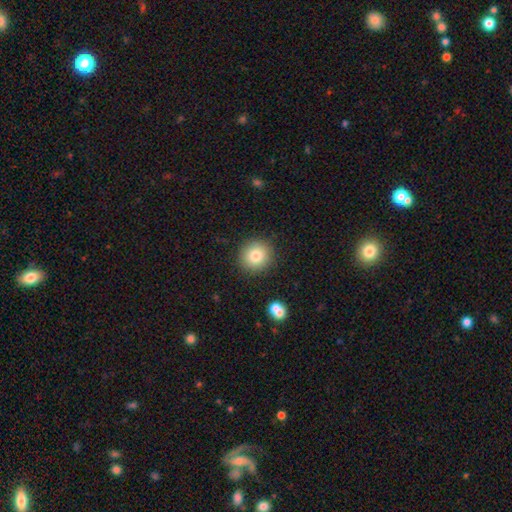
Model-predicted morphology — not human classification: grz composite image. It shows a smooth galaxy with no disk features (81%) that is round (91%). Merging: none (89%).